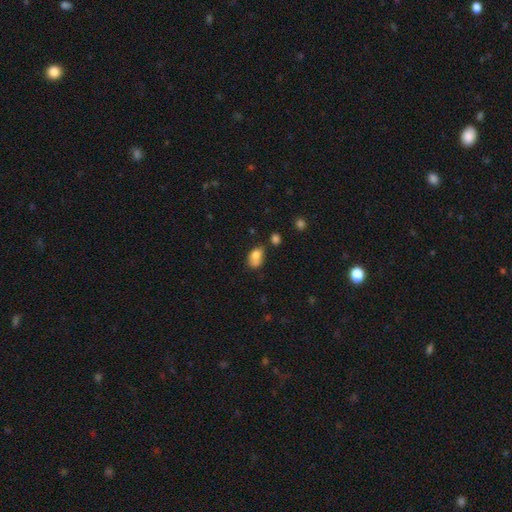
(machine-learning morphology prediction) A smooth galaxy with no disk features (75%) that is in between round and cigar-shaped (82%).

Vote fractions:
- Smooth or featured? smooth: 75% / featured or disk: 15% / star or artifact: 10%
- How rounded? in between: 82% / round: 16% / cigar-shaped: 2%
- Merging? none: 36% / merger: 27% / minor disturbance: 26% / major disturbance: 11%